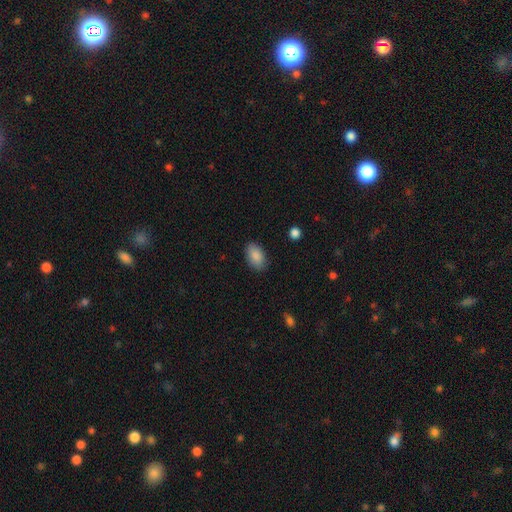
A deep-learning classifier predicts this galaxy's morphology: smooth-or-featured: smooth: 89% | star or artifact: 7% | featured or disk: 4%
  how-rounded: in between: 91% | round: 8% | cigar-shaped: 1%
  merging: none: 85% | minor disturbance: 11% | major disturbance: 3% | merger: 1%